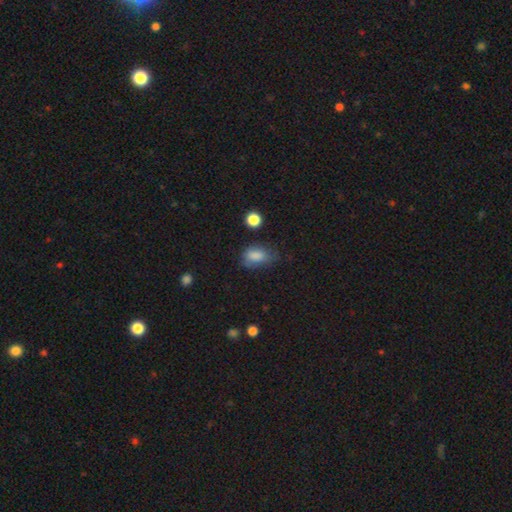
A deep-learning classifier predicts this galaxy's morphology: This appears to be a smooth galaxy with no disk features (81%) that is in between round and cigar-shaped (83%). Merging: none (48%).